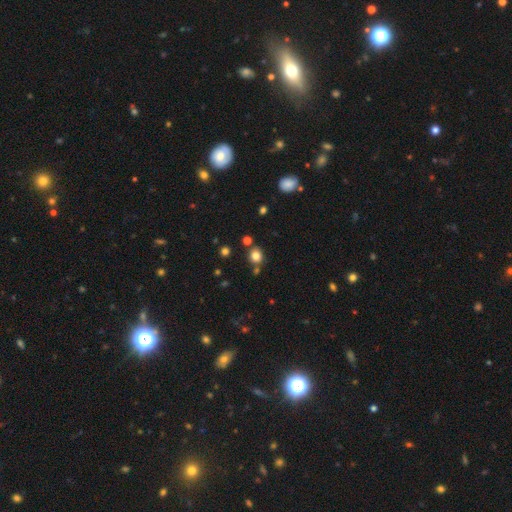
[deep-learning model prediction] A smooth galaxy with no disk features (79%) that is round (84%). Merging: none (79%).